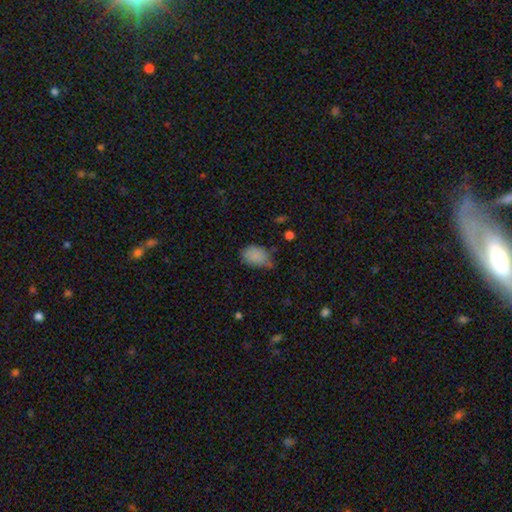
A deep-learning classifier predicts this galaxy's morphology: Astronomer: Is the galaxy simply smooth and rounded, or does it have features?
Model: smooth — 83%.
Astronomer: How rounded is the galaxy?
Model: in between — 80%.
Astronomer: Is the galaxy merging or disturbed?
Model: none — 45% (runner-up: minor disturbance, 41%).